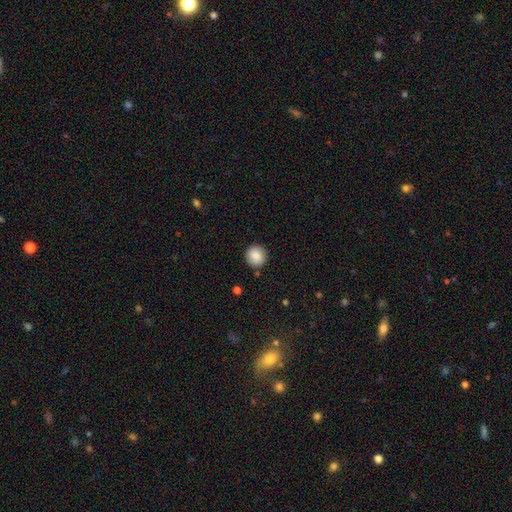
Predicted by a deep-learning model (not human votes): smooth_or_featured: smooth (p=0.87) [alt: star or artifact p=0.08]
how_rounded: round (p=0.93) [alt: in between p=0.06]
merging: none (p=0.89) [alt: minor disturbance p=0.08]